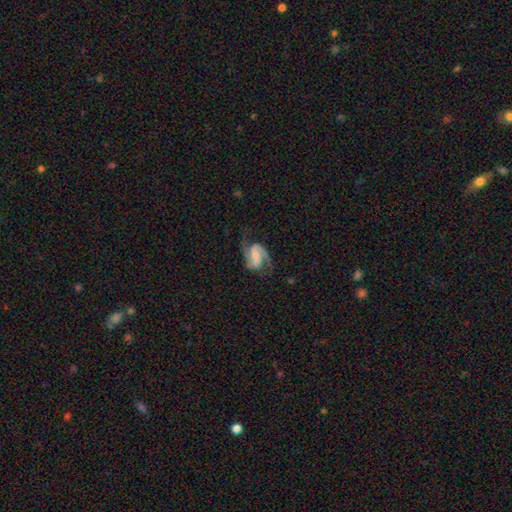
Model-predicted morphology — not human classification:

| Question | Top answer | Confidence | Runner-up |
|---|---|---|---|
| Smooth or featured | featured or disk | 89% | smooth (6%) |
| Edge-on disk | no | 98% | yes (2%) |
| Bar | weak | 45% | strong (31%) |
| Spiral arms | yes | 98% | no (2%) |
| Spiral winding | medium | 56% | loose (26%) |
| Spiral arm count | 2 | 91% | 3 (3%) |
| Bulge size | small | 45% | moderate (33%) |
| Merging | none | 71% | minor disturbance (17%) |